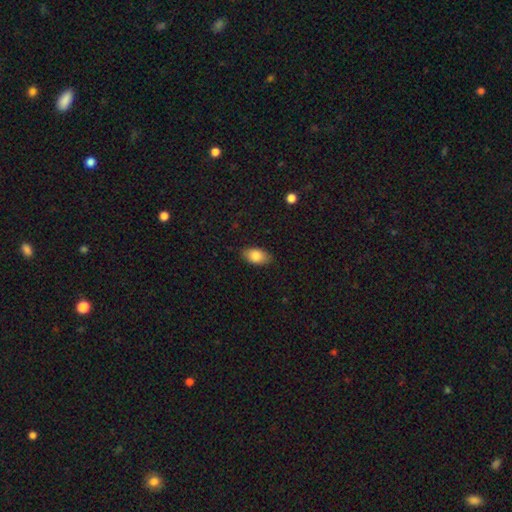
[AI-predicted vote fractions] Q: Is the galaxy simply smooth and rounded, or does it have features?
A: smooth — 84%.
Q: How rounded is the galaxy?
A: in between — 92%.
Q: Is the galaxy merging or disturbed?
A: none — 86%.